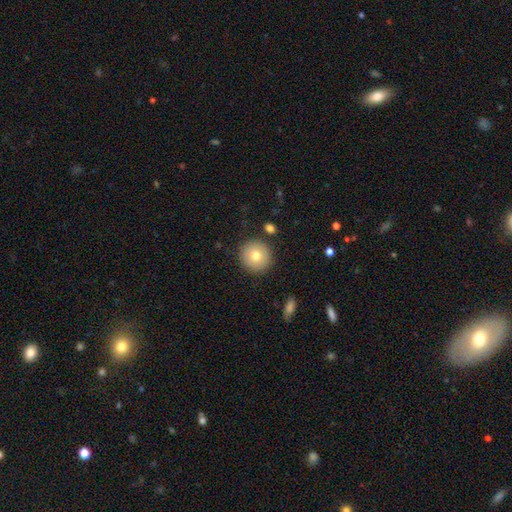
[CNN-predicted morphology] Smooth or featured? smooth (75%)
How rounded? round (94%)
Merging? none (88%)